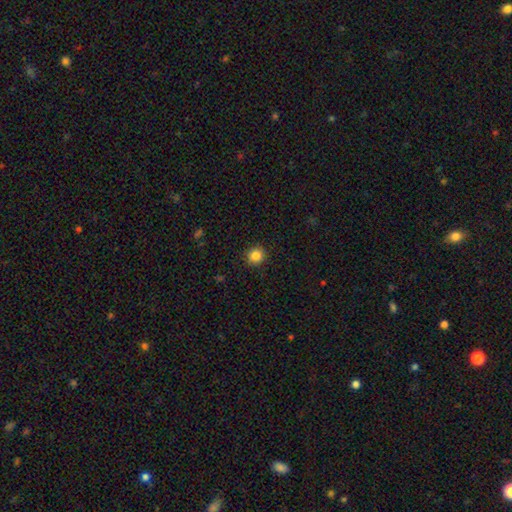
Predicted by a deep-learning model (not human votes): A smooth galaxy with no disk features (85%) that is round (91%).

Vote fractions:
- Smooth or featured? smooth: 85% / star or artifact: 11% / featured or disk: 5%
- How rounded? round: 91% / in between: 8% / cigar-shaped: 1%
- Merging? none: 91% / minor disturbance: 6% / major disturbance: 2% / merger: 1%